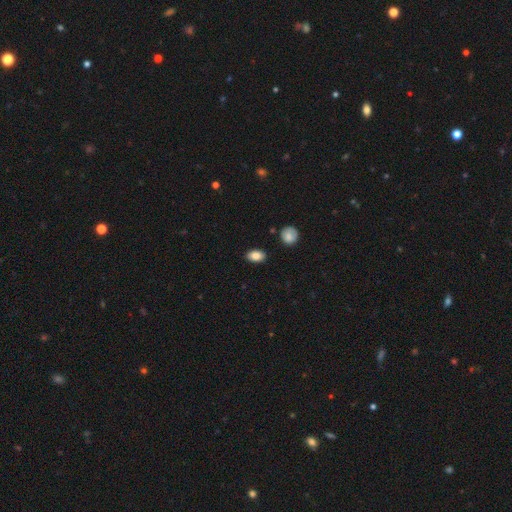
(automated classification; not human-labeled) Overall: smooth (85%). How rounded: in between (87%). Merging: none (88%).